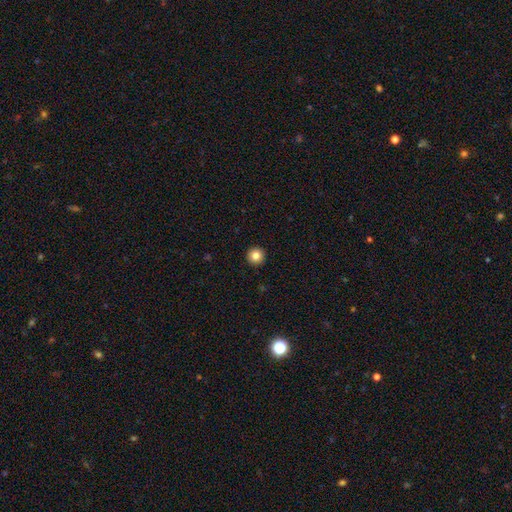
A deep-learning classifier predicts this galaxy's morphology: Smooth or featured? Predicted: smooth (p=0.83). How rounded? Predicted: round (p=0.96). Merging? Predicted: none (p=0.94).